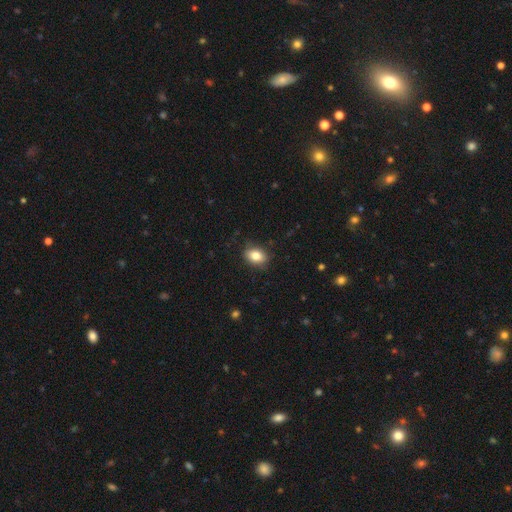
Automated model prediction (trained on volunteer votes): This appears to be a smooth galaxy with no disk features (83%) that is in between round and cigar-shaped (77%). Merging: none (85%).